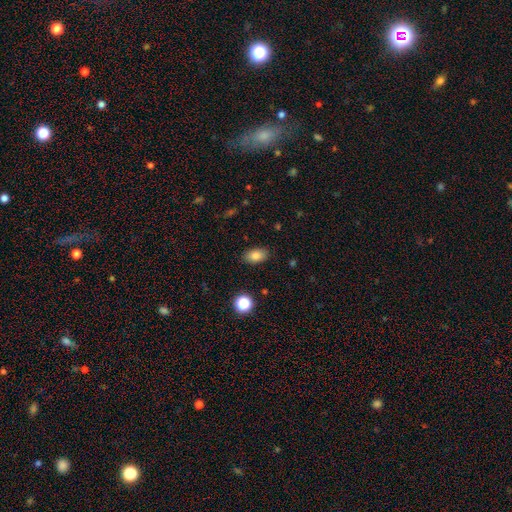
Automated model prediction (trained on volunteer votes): smooth_or_featured: smooth (p=0.84) [alt: star or artifact p=0.10]
how_rounded: in between (p=0.89) [alt: round p=0.09]
merging: none (p=0.86) [alt: minor disturbance p=0.10]